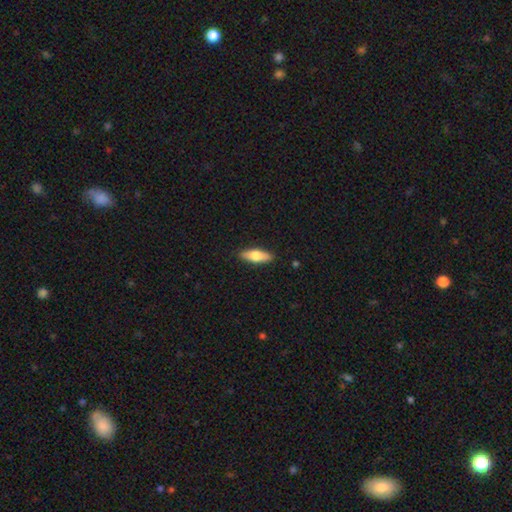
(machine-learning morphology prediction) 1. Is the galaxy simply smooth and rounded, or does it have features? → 65% smooth, 29% featured or disk, 5% star or artifact.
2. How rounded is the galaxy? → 58% in between, 40% cigar-shaped, 3% round.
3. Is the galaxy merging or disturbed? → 89% none, 8% minor disturbance, 2% major disturbance, 1% merger.